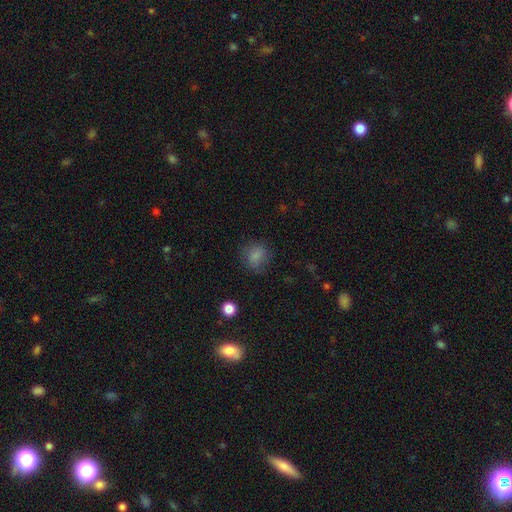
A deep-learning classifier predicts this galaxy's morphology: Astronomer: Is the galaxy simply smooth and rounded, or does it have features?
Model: smooth — 80%.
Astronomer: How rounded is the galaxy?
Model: round — 71%.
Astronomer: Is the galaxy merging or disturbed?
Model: none — 70%.